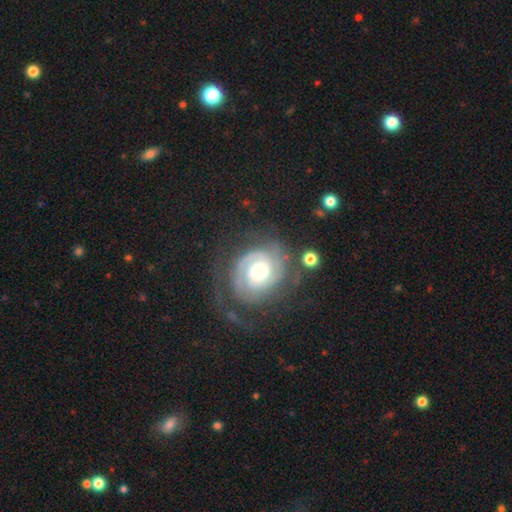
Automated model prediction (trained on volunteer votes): Smooth or featured? Predicted: featured or disk (p=0.87). Edge-on disk? Predicted: no (p=0.98). Bar? Predicted: no (p=0.65). Spiral arms? Predicted: yes (p=0.96). Spiral winding? Predicted: tight (p=0.69). Spiral arm count? Predicted: 2 (p=0.54). Bulge size? Predicted: moderate (p=0.64). Merging? Predicted: none (p=0.63).